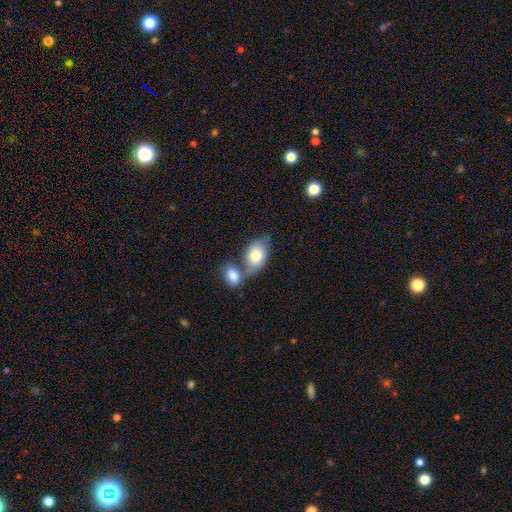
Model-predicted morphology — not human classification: A smooth galaxy with no disk features (77%) that is in between round and cigar-shaped (85%). Merging: merger (49%).